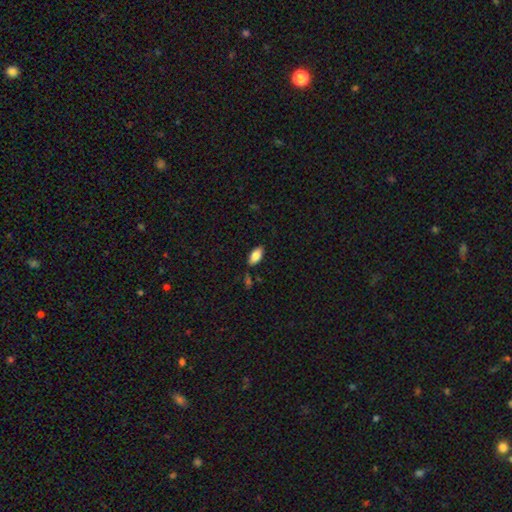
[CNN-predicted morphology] smooth_or_featured: smooth (p=0.82) [alt: featured or disk p=0.11]
how_rounded: in between (p=0.91) [alt: cigar-shaped p=0.06]
merging: none (p=0.83) [alt: minor disturbance p=0.12]